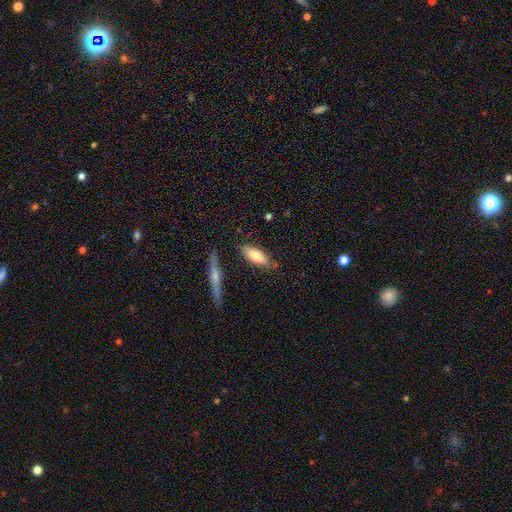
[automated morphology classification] type=smooth (71%); roundness=in between (63%); merging=none (78%).